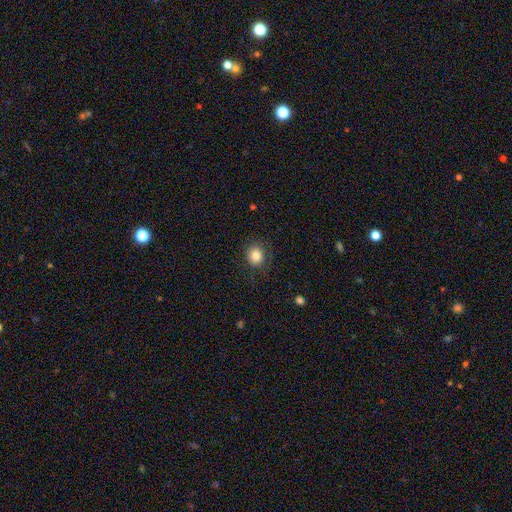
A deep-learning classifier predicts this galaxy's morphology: smooth 84%, star or artifact 10%, featured or disk 6%. Down the decision tree: how rounded — round (76%); merging — none (83%).